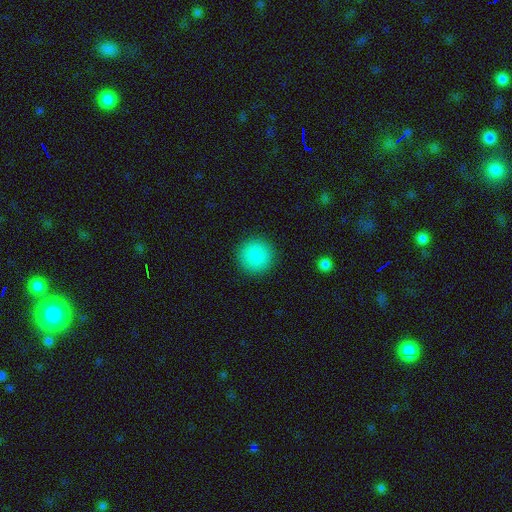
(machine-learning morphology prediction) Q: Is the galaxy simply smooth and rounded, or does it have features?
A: smooth — 85%.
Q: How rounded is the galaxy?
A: round — 96%.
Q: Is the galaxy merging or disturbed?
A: none — 92%.